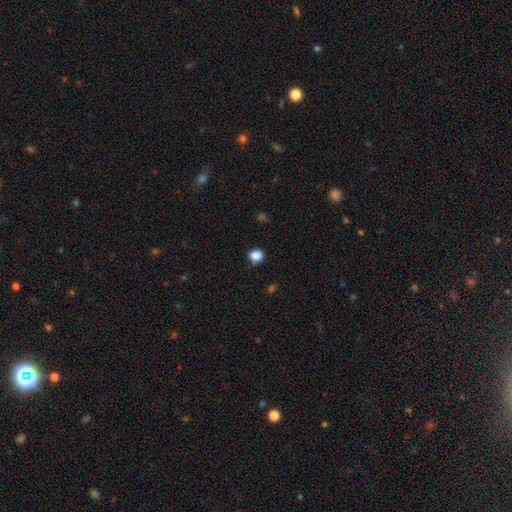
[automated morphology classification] This is clearly a smooth galaxy (86%). How rounded: likely round (78%). Merging: likely none (79%).